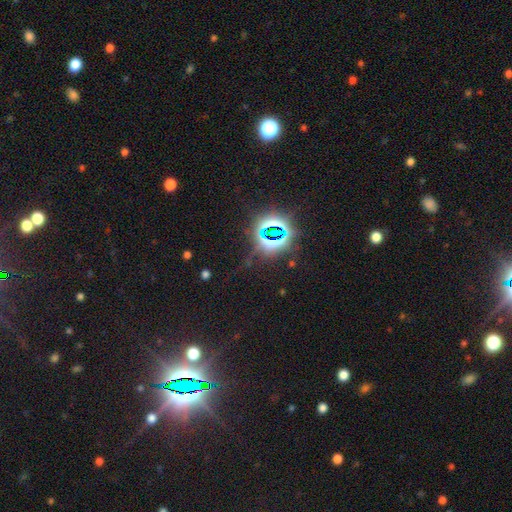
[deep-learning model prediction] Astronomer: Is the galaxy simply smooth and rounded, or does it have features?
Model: star or artifact — 81%.